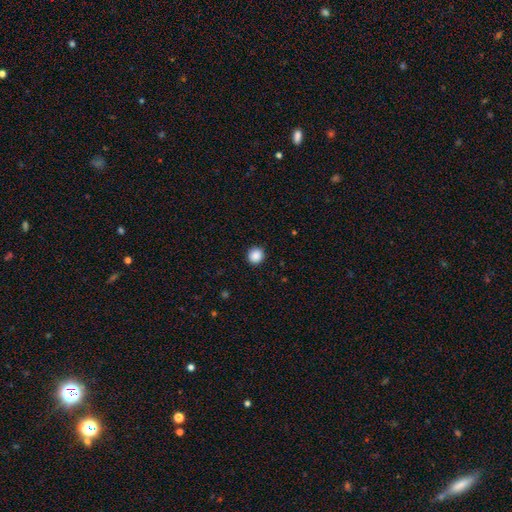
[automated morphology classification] type=smooth (88%); roundness=round (91%); merging=none (92%).